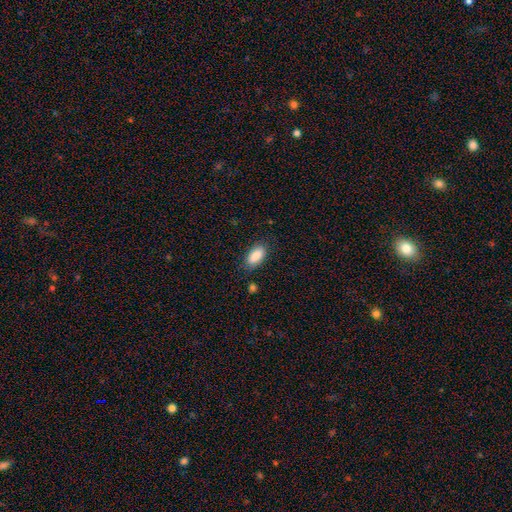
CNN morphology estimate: Smooth or featured? smooth (87%)
How rounded? in between (89%)
Merging? none (82%)